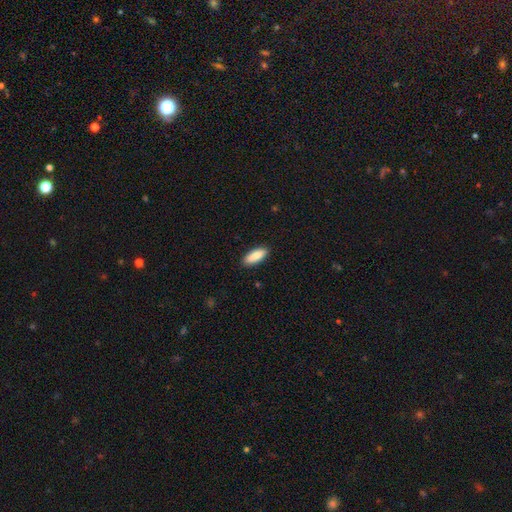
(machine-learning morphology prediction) A smooth galaxy with no disk features (87%) that is in between round and cigar-shaped (73%). Merging: none (89%).